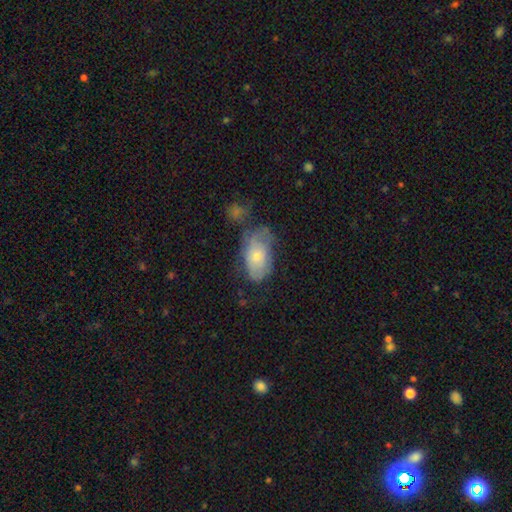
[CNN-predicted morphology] Smooth or featured: smooth — 59% (featured or disk — 33%)
How rounded: in between — 91% (round — 7%)
Merging: none — 41% (minor disturbance — 31%)